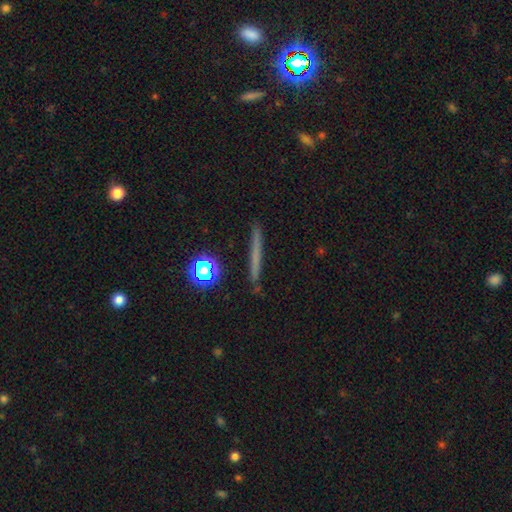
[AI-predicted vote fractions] Smooth or featured?
  - smooth: 54% *
  - featured or disk: 37%
  - star or artifact: 10%
How rounded?
  - cigar-shaped: 93% *
  - round: 4%
  - in between: 3%
Merging?
  - none: 90% *
  - minor disturbance: 7%
  - merger: 2%
  - major disturbance: 2%